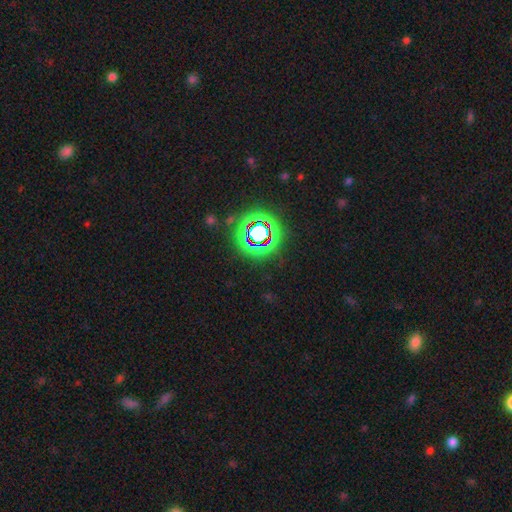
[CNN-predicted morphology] The model was most divided on "smooth or featured": star or artifact: 73%, smooth: 17%, featured or disk: 10%.